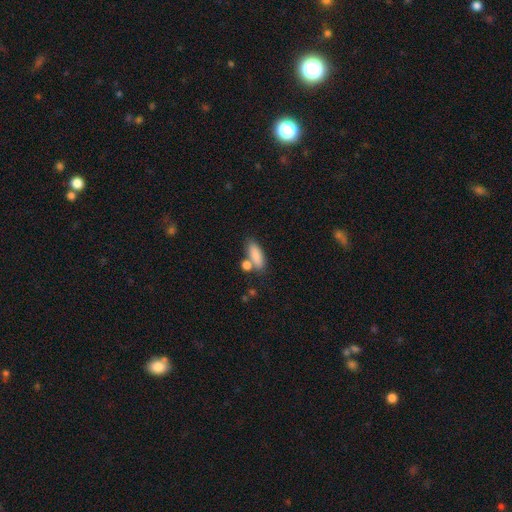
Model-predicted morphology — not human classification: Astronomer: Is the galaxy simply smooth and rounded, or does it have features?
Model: smooth — 85%.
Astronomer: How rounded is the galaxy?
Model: in between — 72%.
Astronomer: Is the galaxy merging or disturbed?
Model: none — 58%.